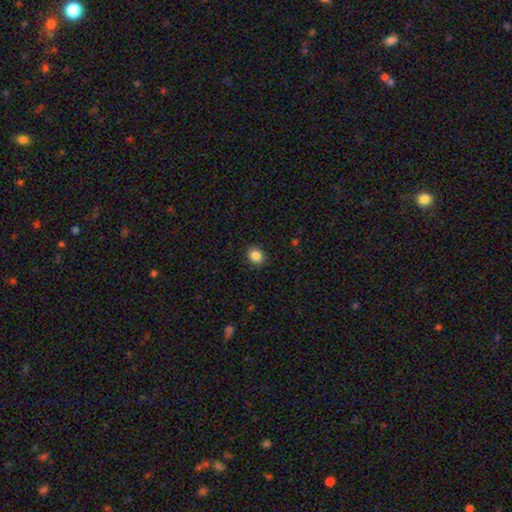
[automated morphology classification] A smooth galaxy with no disk features (86%) that is round (71%).

Vote fractions:
- Smooth or featured? smooth: 86% / star or artifact: 10% / featured or disk: 4%
- How rounded? round: 71% / in between: 28% / cigar-shaped: 1%
- Merging? none: 89% / minor disturbance: 7% / major disturbance: 2% / merger: 1%